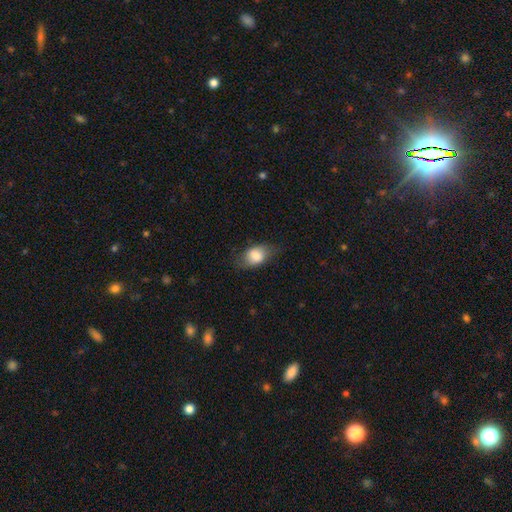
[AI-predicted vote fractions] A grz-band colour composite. It shows a smooth galaxy with no disk features (77%) that is in between round and cigar-shaped (80%). Merging: none (69%).